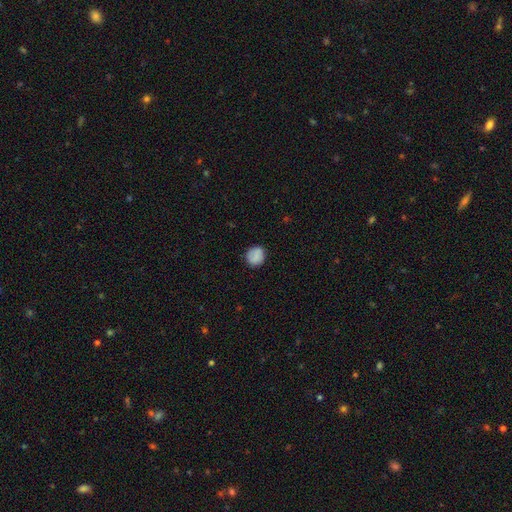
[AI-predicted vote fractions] A smooth galaxy with no disk features (82%) that is round (85%).

Vote fractions:
- Smooth or featured? smooth: 82% / featured or disk: 9% / star or artifact: 9%
- How rounded? round: 85% / in between: 14% / cigar-shaped: 1%
- Merging? none: 84% / minor disturbance: 12% / major disturbance: 3% / merger: 1%